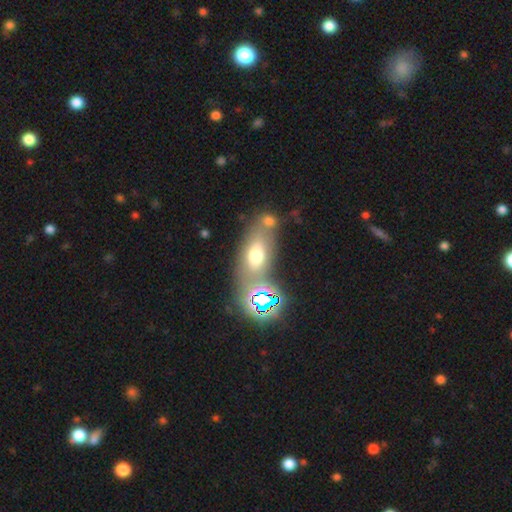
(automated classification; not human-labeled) Smooth or featured?
  - smooth: 60% *
  - featured or disk: 21%
  - star or artifact: 19%
How rounded?
  - in between: 74% *
  - round: 16%
  - cigar-shaped: 10%
Merging?
  - none: 55% *
  - merger: 24%
  - minor disturbance: 14%
  - major disturbance: 7%